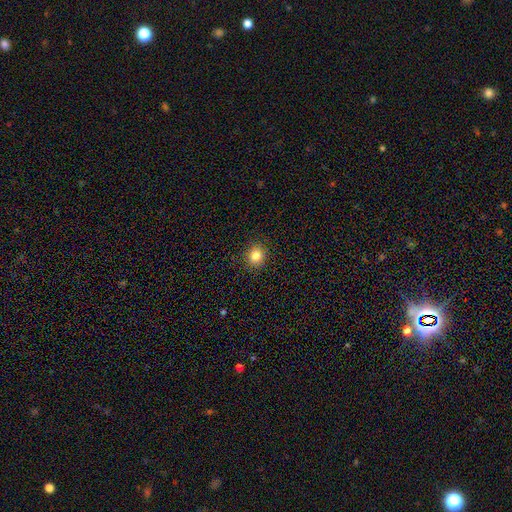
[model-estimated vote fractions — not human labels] Q: Smooth or featured?
A: smooth (83%); runner-up: star or artifact (11%)
Q: How rounded?
A: round (86%); runner-up: in between (13%)
Q: Merging?
A: none (91%); runner-up: minor disturbance (6%)